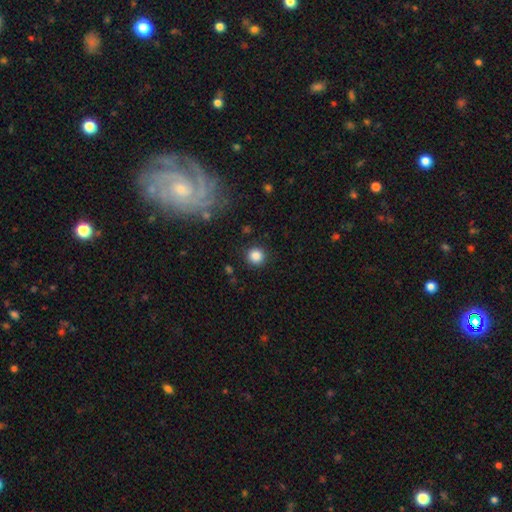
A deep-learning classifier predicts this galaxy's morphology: The model was most divided on "smooth or featured": smooth: 86%, star or artifact: 11%, featured or disk: 4%. More confident: how rounded — round (94%); merging — none (89%).